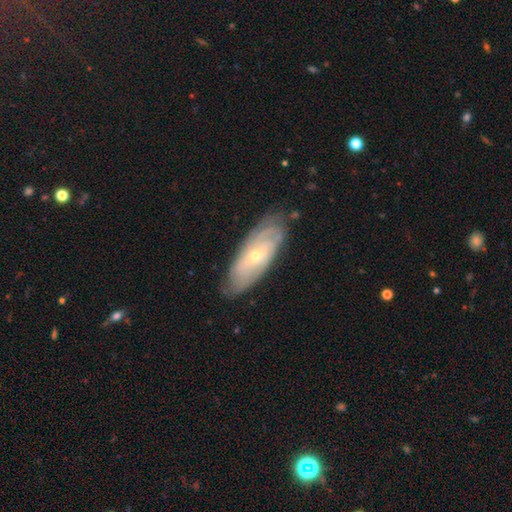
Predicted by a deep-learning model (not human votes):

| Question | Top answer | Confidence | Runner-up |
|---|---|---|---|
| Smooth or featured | featured or disk | 74% | smooth (20%) |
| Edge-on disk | no | 86% | yes (14%) |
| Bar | no | 72% | weak (22%) |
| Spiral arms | yes | 88% | no (12%) |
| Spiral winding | tight | 71% | medium (22%) |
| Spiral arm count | can't tell | 54% | 2 (18%) |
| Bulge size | small | 70% | moderate (27%) |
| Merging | none | 79% | minor disturbance (16%) |